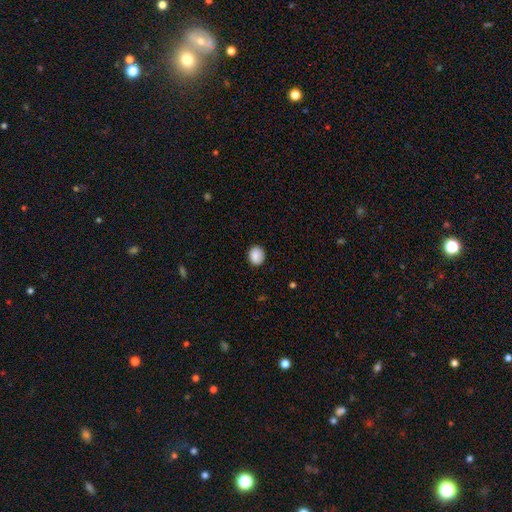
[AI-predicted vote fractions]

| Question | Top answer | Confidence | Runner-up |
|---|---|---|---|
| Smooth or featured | smooth | 88% | star or artifact (8%) |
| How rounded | round | 60% | in between (39%) |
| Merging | none | 85% | minor disturbance (11%) |